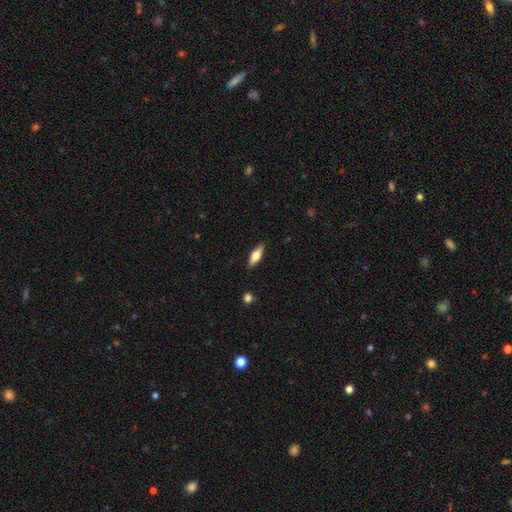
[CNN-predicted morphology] type=smooth (58%); roundness=in between (60%); merging=none (88%).